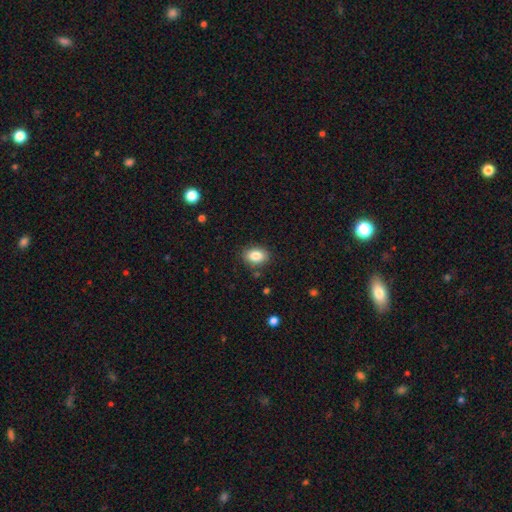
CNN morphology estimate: Smooth or featured?
  - smooth: 85% *
  - star or artifact: 8%
  - featured or disk: 6%
How rounded?
  - in between: 74% *
  - round: 25%
  - cigar-shaped: 1%
Merging?
  - none: 85% *
  - minor disturbance: 10%
  - major disturbance: 3%
  - merger: 2%